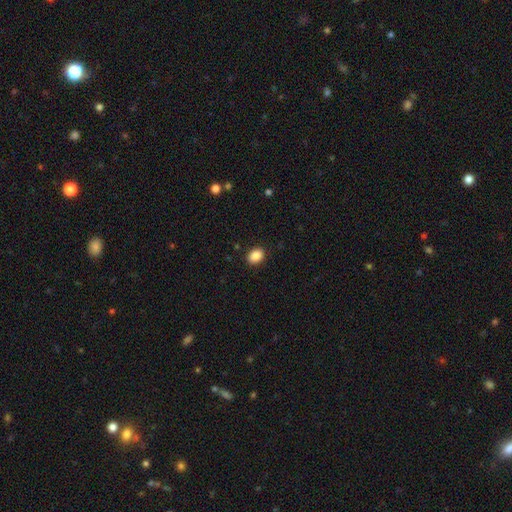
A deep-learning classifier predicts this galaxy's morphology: A smooth galaxy with no disk features (89%) that is in between round and cigar-shaped (67%). Merging: none (90%).